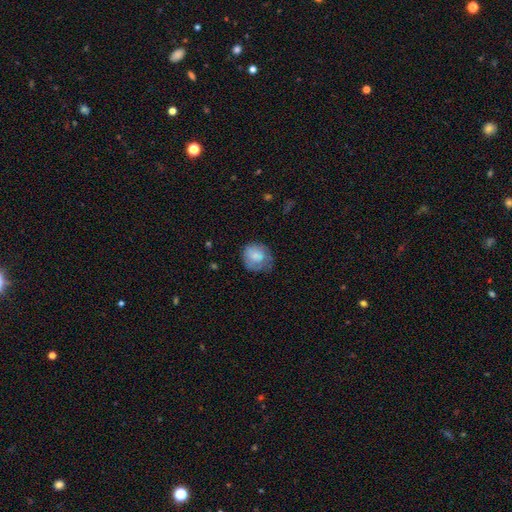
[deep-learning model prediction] This is likely a smooth galaxy (73%). How rounded: likely round (73%). Merging: possibly none (51%).